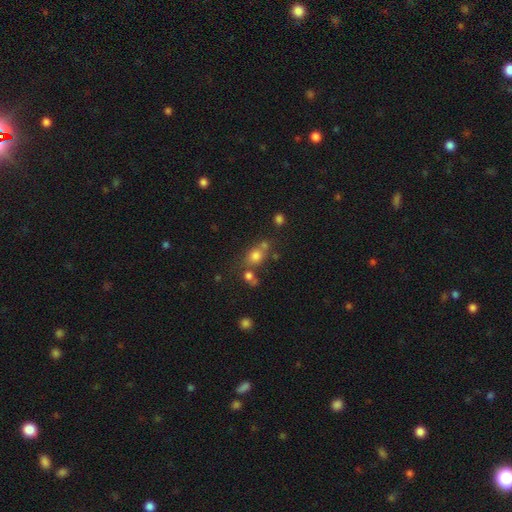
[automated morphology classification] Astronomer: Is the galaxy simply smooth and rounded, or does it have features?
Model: smooth — 70%.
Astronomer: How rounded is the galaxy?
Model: round — 65%.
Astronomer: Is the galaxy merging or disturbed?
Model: none — 55%.